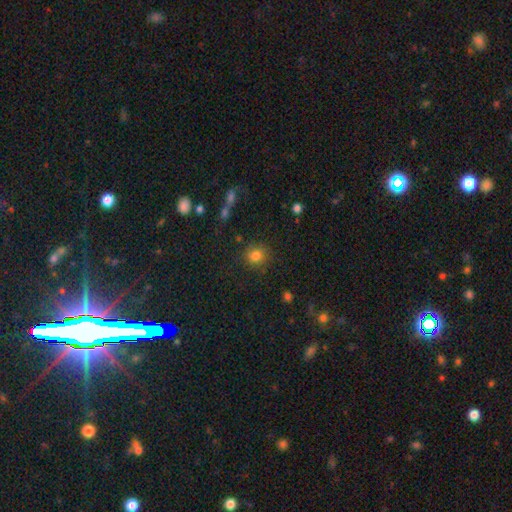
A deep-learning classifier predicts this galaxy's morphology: smooth_or_featured: smooth (p=0.82) [alt: star or artifact p=0.12]
how_rounded: round (p=0.81) [alt: in between p=0.18]
merging: none (p=0.82) [alt: minor disturbance p=0.11]